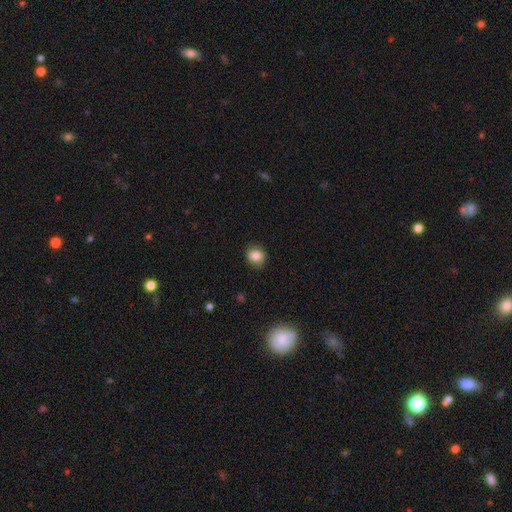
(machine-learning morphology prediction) type=smooth (82%); roundness=round (69%); merging=none (81%).